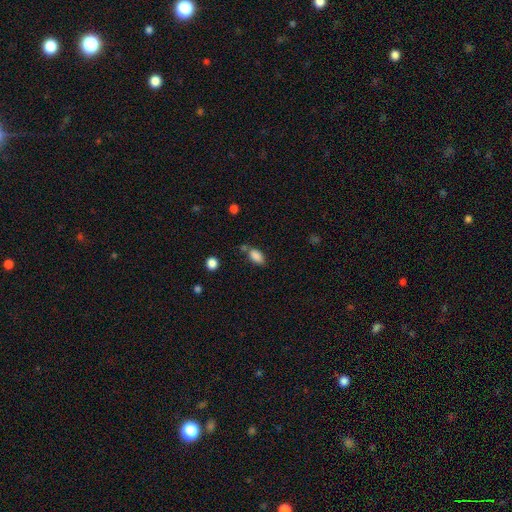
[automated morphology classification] Q: Smooth or featured?
A: smooth (86%); runner-up: star or artifact (9%)
Q: How rounded?
A: in between (90%); runner-up: round (8%)
Q: Merging?
A: none (61%); runner-up: minor disturbance (20%)